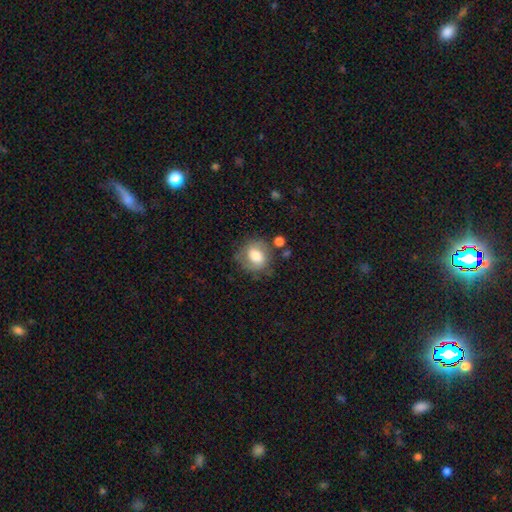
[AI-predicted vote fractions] This is likely a smooth galaxy (64%). How rounded: likely round (66%). Merging: likely none (67%).